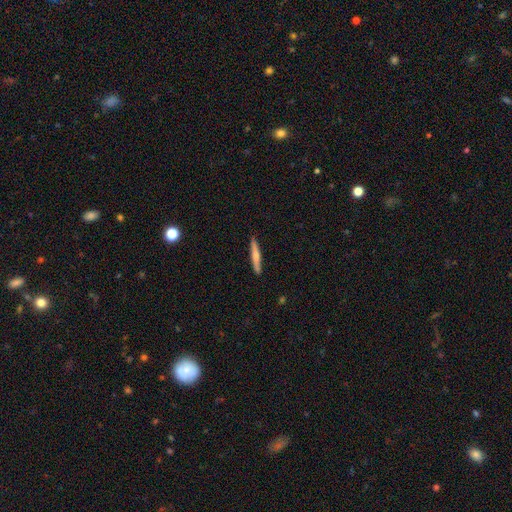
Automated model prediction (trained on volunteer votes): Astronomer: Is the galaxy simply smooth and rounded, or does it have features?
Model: smooth — 59% (runner-up: featured or disk, 35%).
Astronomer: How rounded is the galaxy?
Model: cigar-shaped — 94%.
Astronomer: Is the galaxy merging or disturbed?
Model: none — 91%.